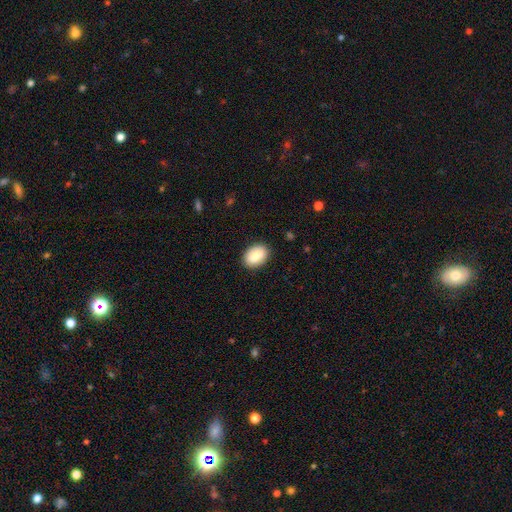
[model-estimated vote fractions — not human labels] This appears to be a smooth galaxy with no disk features (85%) that is in between round and cigar-shaped (85%). Merging: none (88%).